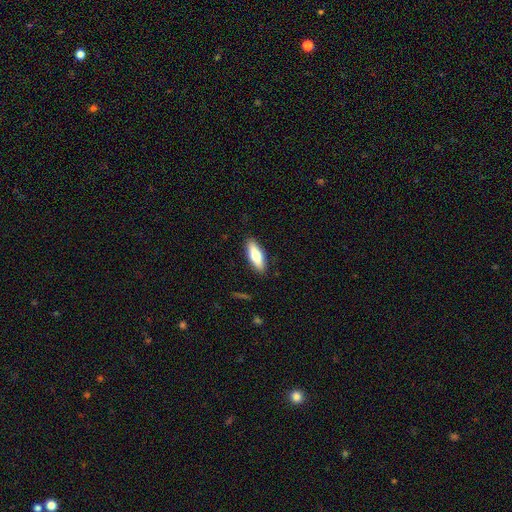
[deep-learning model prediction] Overall: smooth (65%; featured or disk 29%). How rounded: in between (56%; cigar-shaped 42%). Merging: none (88%).